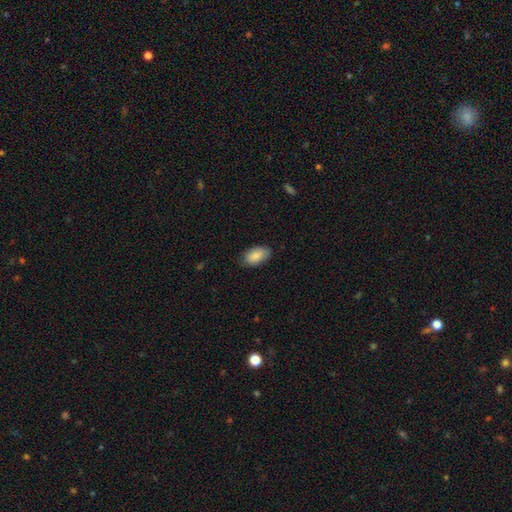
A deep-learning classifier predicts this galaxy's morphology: The model was most divided on "merging": none: 78%, minor disturbance: 18%, major disturbance: 3%, merger: 1%. More confident: how rounded — in between (94%); smooth or featured — smooth (86%).